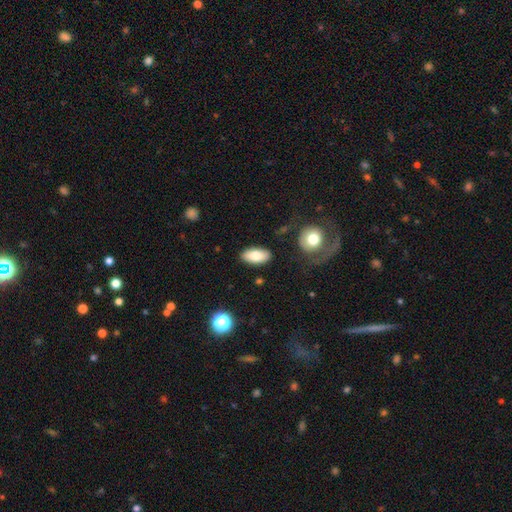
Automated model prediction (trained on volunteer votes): smooth 80%, featured or disk 13%, star or artifact 7%. Down the decision tree: how rounded — in between (91%); merging — none (86%).